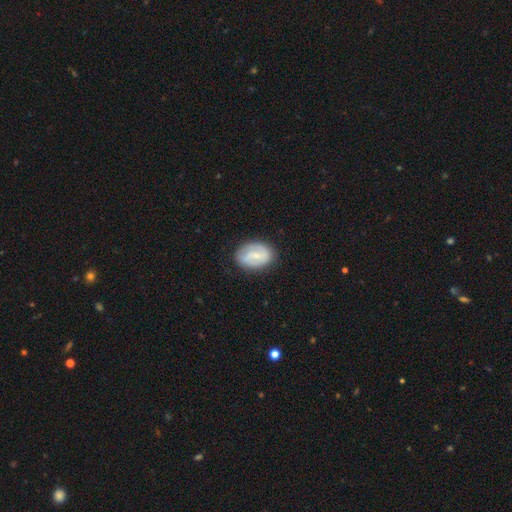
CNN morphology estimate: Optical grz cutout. It shows a featured or disk galaxy (50%). Merging: none (80%).